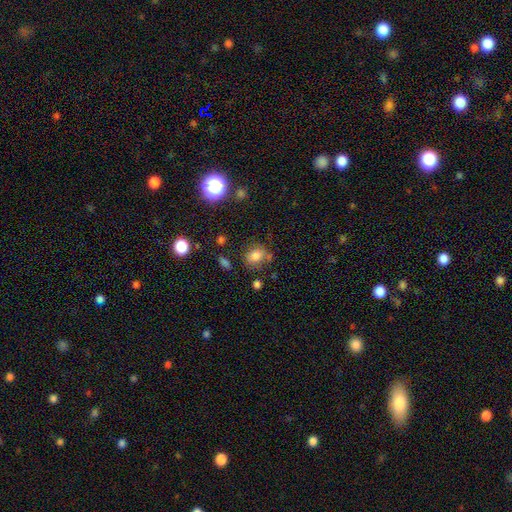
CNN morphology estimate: Smooth or featured: smooth — 77% (star or artifact — 14%)
How rounded: round — 60% (in between — 38%)
Merging: none — 69% (minor disturbance — 18%)